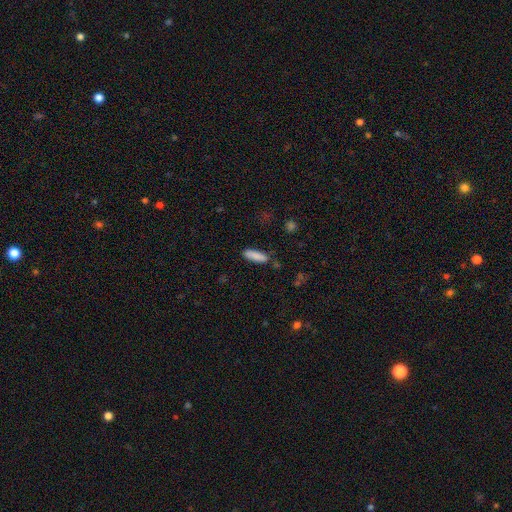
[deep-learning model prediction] Overall: smooth (87%). How rounded: cigar-shaped (56%; in between 43%). Merging: none (82%).